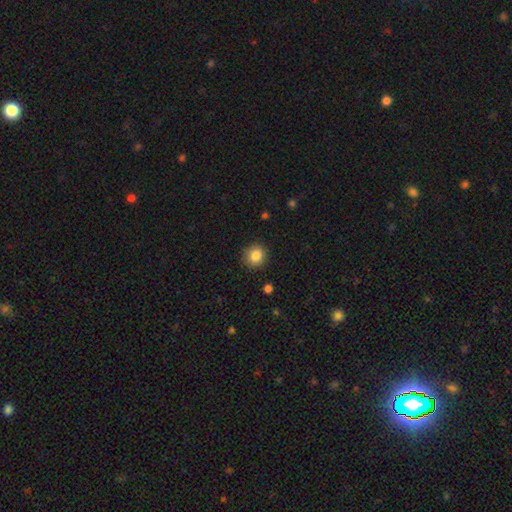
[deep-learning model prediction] This is clearly a smooth galaxy (86%). How rounded: clearly round (87%). Merging: clearly none (90%).